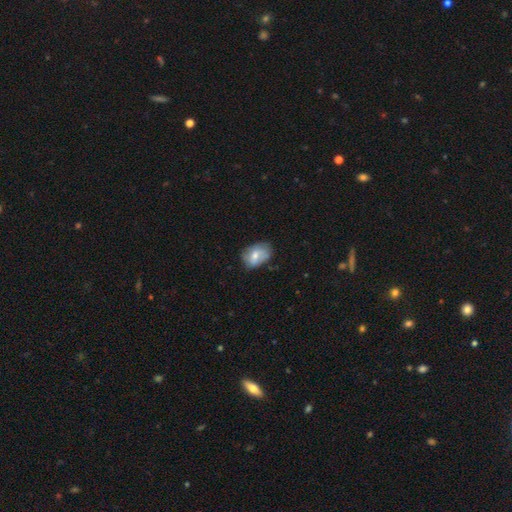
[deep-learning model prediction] smooth 63%, featured or disk 29%, star or artifact 8%. Down the decision tree: how rounded — in between (77%); merging — none (56%).